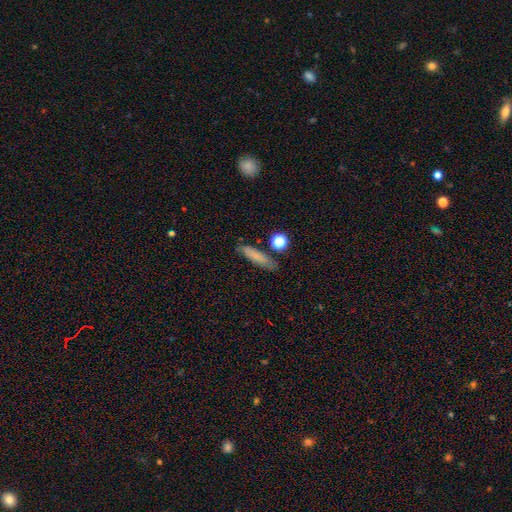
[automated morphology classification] type=smooth (76%); roundness=cigar-shaped (73%); merging=none (78%).